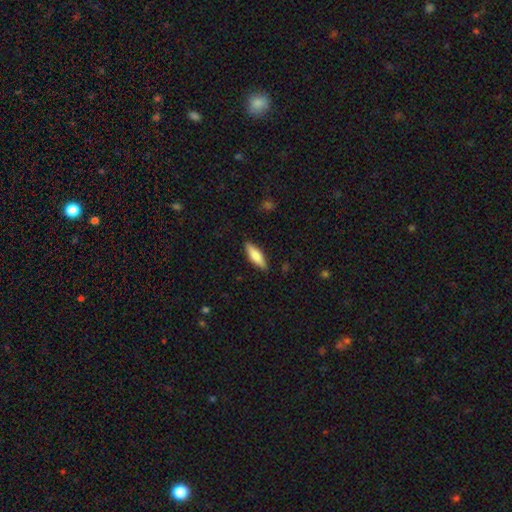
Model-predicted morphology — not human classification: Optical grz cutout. It shows a smooth galaxy with no disk features (70%) that is cigar-shaped (54%). Merging: none (87%).